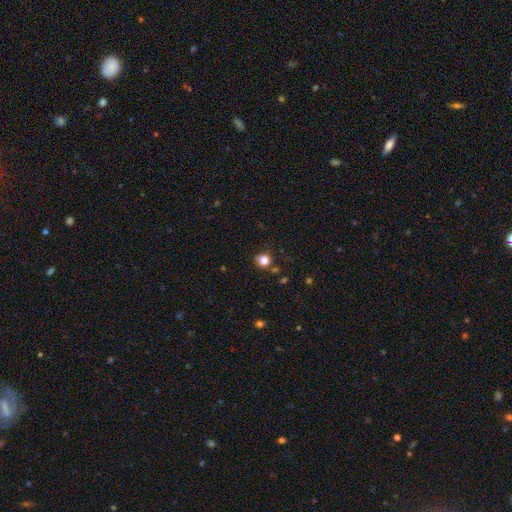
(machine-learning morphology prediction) The model was most divided on "smooth or featured": star or artifact: 47%, smooth: 43%, featured or disk: 10%.